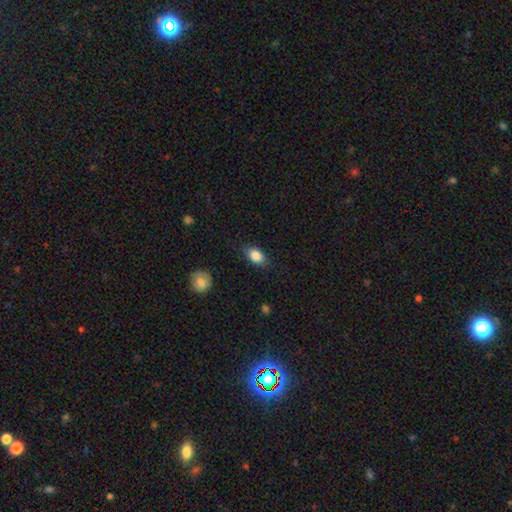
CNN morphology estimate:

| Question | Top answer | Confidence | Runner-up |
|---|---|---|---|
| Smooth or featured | smooth | 85% | star or artifact (7%) |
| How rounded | in between | 84% | round (13%) |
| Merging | none | 82% | minor disturbance (14%) |